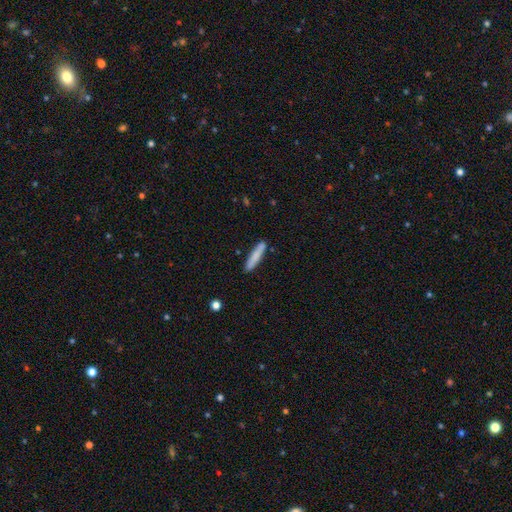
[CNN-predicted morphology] smooth-or-featured: smooth: 80% | featured or disk: 14% | star or artifact: 6%
  how-rounded: cigar-shaped: 91% | in between: 8% | round: 1%
  merging: none: 85% | minor disturbance: 10% | merger: 3% | major disturbance: 2%